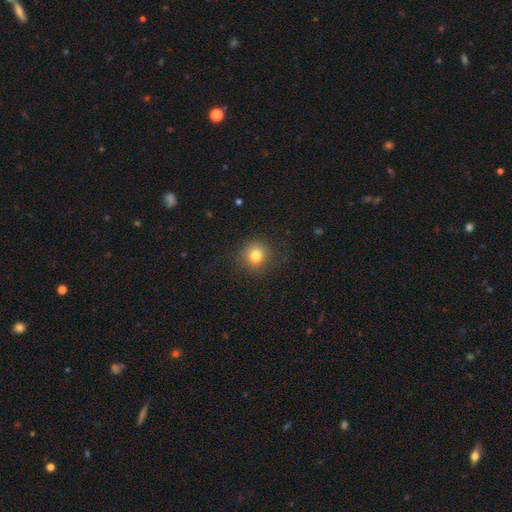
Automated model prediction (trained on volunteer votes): smooth_or_featured: smooth (p=0.79) [alt: star or artifact p=0.13]
how_rounded: round (p=0.88) [alt: in between p=0.11]
merging: none (p=0.84) [alt: minor disturbance p=0.11]